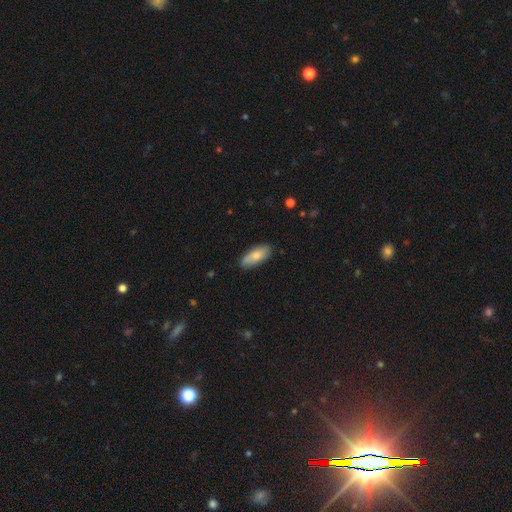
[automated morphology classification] Overall: smooth (77%). How rounded: in between (82%). Merging: none (82%).